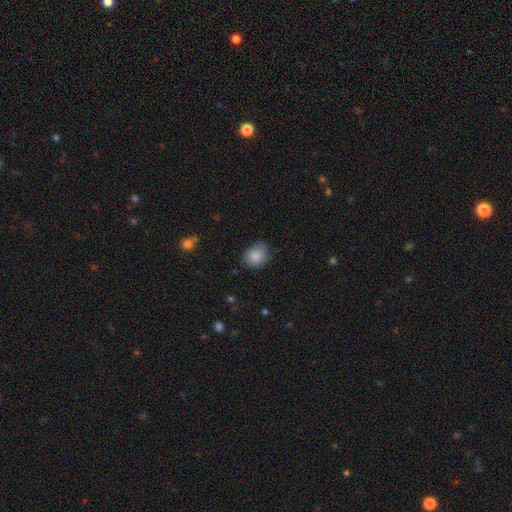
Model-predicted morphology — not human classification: Smooth or featured: smooth — 87% (star or artifact — 8%)
How rounded: round — 62% (in between — 37%)
Merging: none — 66% (minor disturbance — 27%)